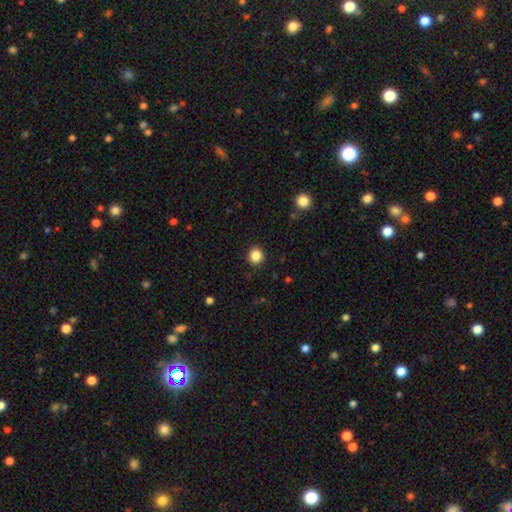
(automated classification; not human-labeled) smooth 85%, star or artifact 11%, featured or disk 3%. Down the decision tree: how rounded — round (89%); merging — none (92%).